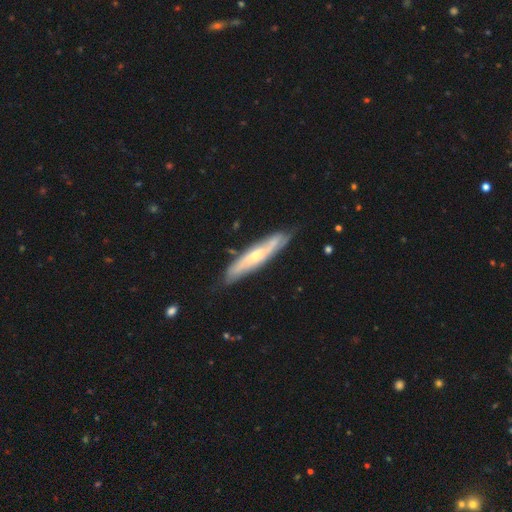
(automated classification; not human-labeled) Overall: featured or disk (64%; smooth 30%). Edge-on disk: yes (54%; no 46%). Merging: none (76%).